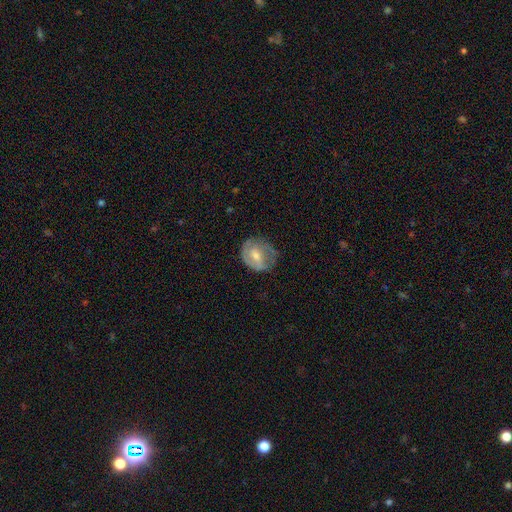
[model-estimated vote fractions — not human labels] Smooth or featured?
  - featured or disk: 56% *
  - smooth: 37%
  - star or artifact: 8%
Edge-on disk?
  - no: 96% *
  - yes: 4%
Bar?
  - weak: 45% *
  - no: 37%
  - strong: 18%
Spiral arms?
  - yes: 64% *
  - no: 36%
Bulge size?
  - moderate: 58% *
  - small: 33%
  - large: 5%
  - none: 3%
  - dominant: 1%
Merging?
  - none: 63% *
  - minor disturbance: 25%
  - major disturbance: 11%
  - merger: 1%